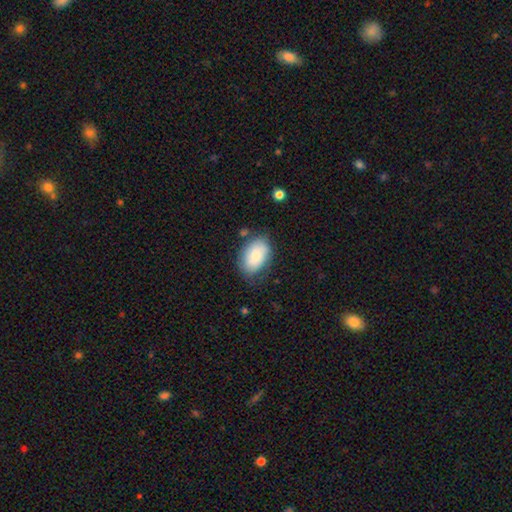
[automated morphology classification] smooth_or_featured: smooth (p=0.77) [alt: featured or disk p=0.16]
how_rounded: in between (p=0.89) [alt: round p=0.10]
merging: none (p=0.71) [alt: minor disturbance p=0.21]